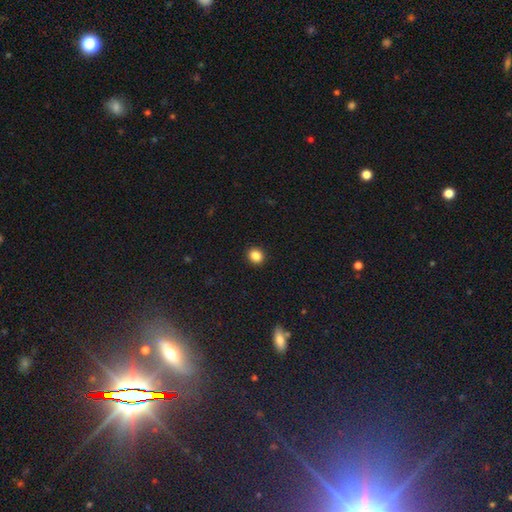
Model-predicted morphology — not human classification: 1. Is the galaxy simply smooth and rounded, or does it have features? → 87% smooth, 10% star or artifact, 3% featured or disk.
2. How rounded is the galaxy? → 73% round, 26% in between, 1% cigar-shaped.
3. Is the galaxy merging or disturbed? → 92% none, 5% minor disturbance, 2% major disturbance, 1% merger.